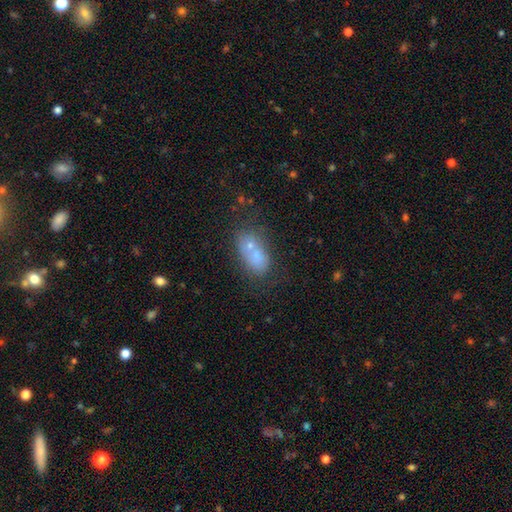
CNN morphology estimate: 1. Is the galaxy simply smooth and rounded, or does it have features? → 59% smooth, 27% featured or disk, 14% star or artifact.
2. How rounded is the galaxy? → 74% in between, 23% round, 4% cigar-shaped.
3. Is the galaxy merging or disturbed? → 55% merger, 29% none, 10% minor disturbance, 6% major disturbance.